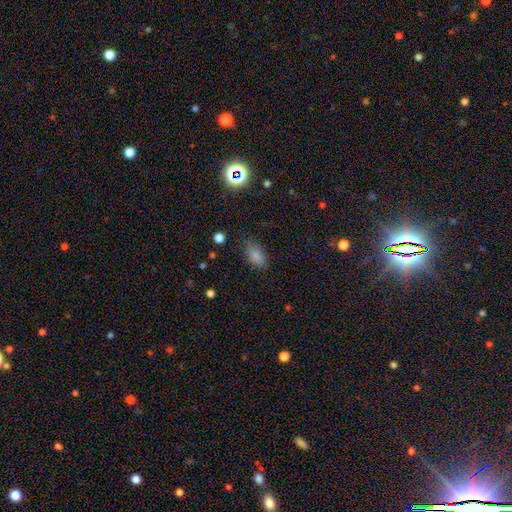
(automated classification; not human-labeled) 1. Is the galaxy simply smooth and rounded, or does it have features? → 82% smooth, 12% star or artifact, 7% featured or disk.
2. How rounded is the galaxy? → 89% in between, 6% round, 5% cigar-shaped.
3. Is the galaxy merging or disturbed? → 72% none, 21% minor disturbance, 5% major disturbance, 2% merger.